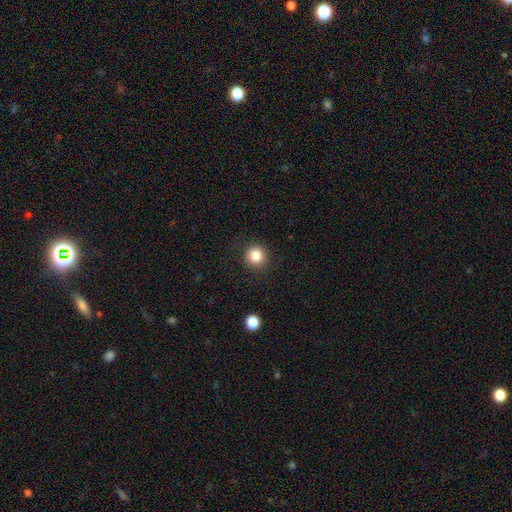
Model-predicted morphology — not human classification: smooth 84%, star or artifact 11%, featured or disk 5%. Down the decision tree: how rounded — round (93%); merging — none (90%).